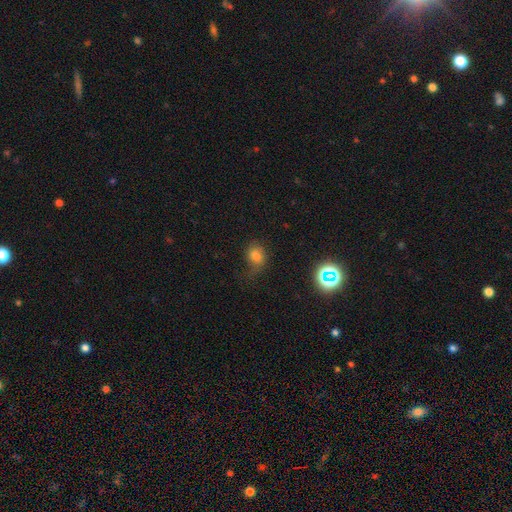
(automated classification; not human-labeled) Smooth or featured?
  - smooth: 70% *
  - star or artifact: 17%
  - featured or disk: 12%
How rounded?
  - in between: 52% *
  - round: 46%
  - cigar-shaped: 1%
Merging?
  - none: 48% *
  - minor disturbance: 28%
  - major disturbance: 21%
  - merger: 3%